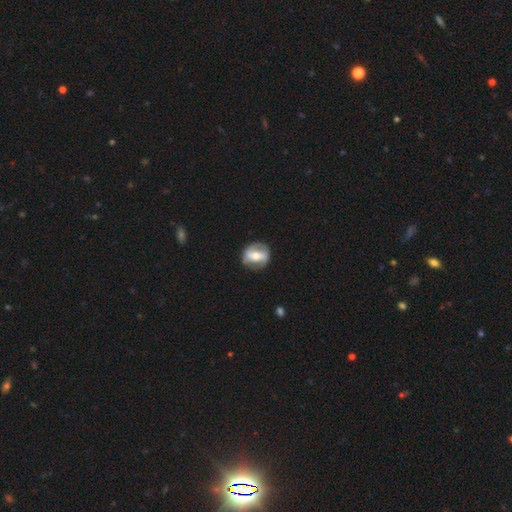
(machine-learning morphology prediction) smooth_or_featured: featured or disk (p=0.62) [alt: smooth p=0.32]
disk_edge_on: no (p=0.90) [alt: yes p=0.10]
bar: strong (p=0.57) [alt: weak p=0.26]
has_spiral_arms: no (p=0.54) [alt: yes p=0.46]
bulge_size: moderate (p=0.67) [alt: small p=0.24]
merging: none (p=0.79) [alt: minor disturbance p=0.14]